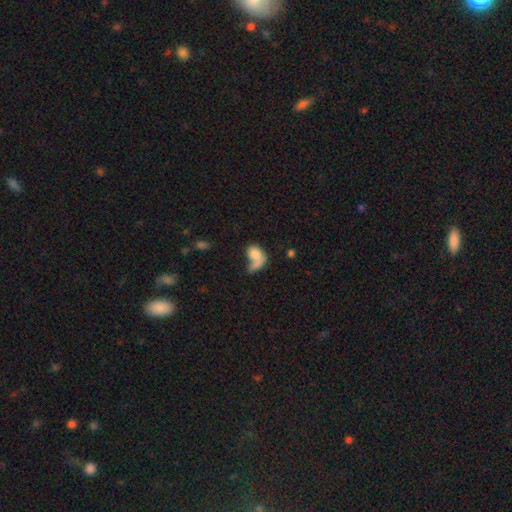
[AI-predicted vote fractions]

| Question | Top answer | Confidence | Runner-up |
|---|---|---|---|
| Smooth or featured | smooth | 72% | featured or disk (19%) |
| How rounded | in between | 70% | round (27%) |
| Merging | merger | 39% | major disturbance (24%) |